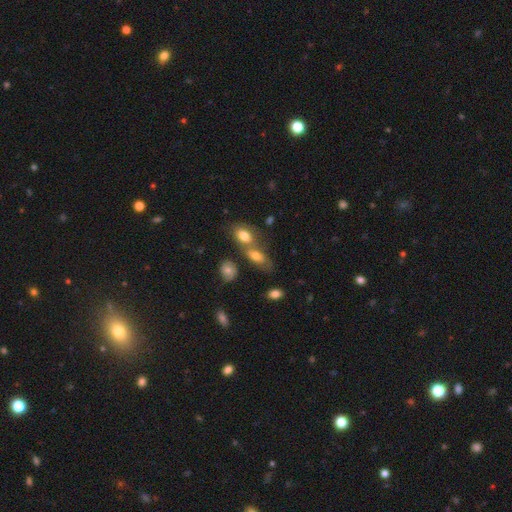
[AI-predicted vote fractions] Morphology: type=smooth (66%); roundness=in between (85%); merging=merger (39%).